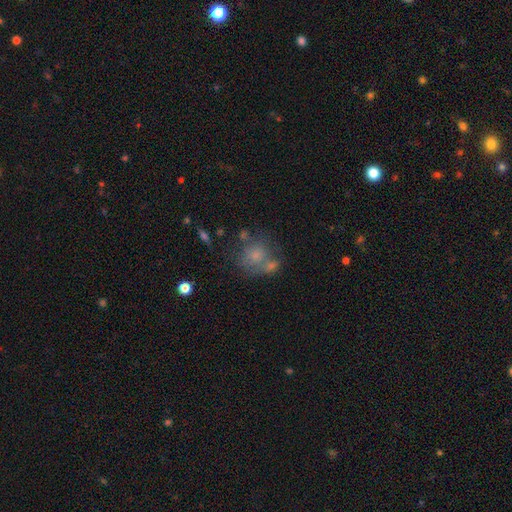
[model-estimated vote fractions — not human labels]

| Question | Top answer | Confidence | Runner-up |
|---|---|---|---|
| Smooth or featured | smooth | 63% | featured or disk (24%) |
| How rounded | round | 75% | in between (24%) |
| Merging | none | 42% | merger (28%) |